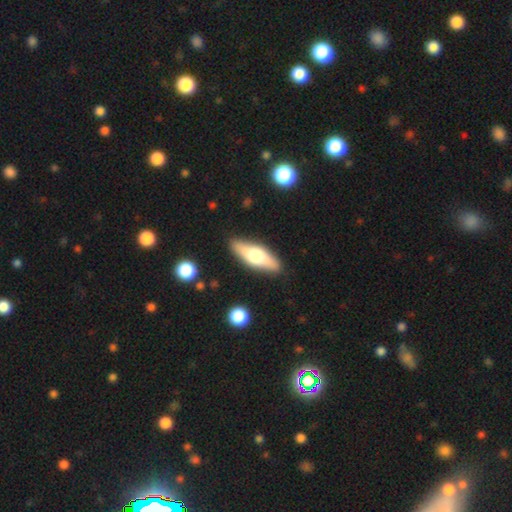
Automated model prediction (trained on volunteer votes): A smooth galaxy with no disk features (56%) that is in between round and cigar-shaped (52%).

Vote fractions:
- Smooth or featured? smooth: 56% / featured or disk: 38% / star or artifact: 6%
- How rounded? in between: 52% / cigar-shaped: 45% / round: 2%
- Merging? none: 86% / minor disturbance: 10% / major disturbance: 2% / merger: 2%